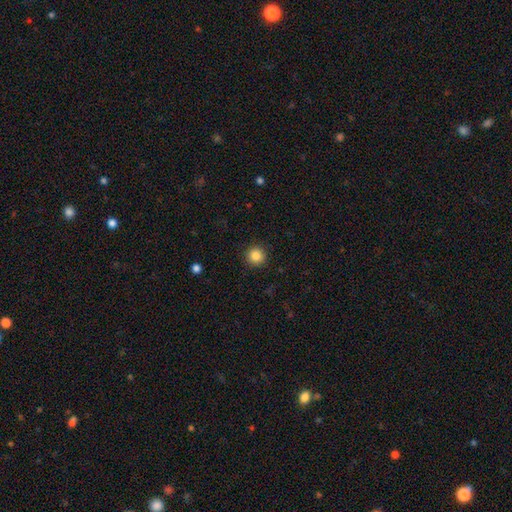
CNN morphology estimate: The model was most divided on "smooth or featured": smooth: 86%, star or artifact: 11%, featured or disk: 4%. More confident: how rounded — round (95%); merging — none (92%).